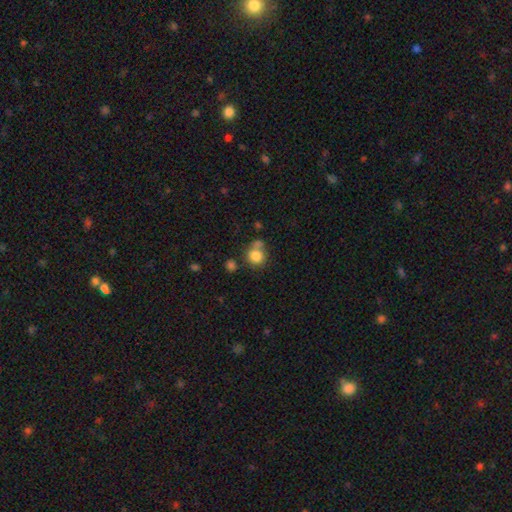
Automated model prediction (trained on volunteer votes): This appears to be a smooth galaxy with no disk features (82%) that is round (86%). Merging: none (57%).